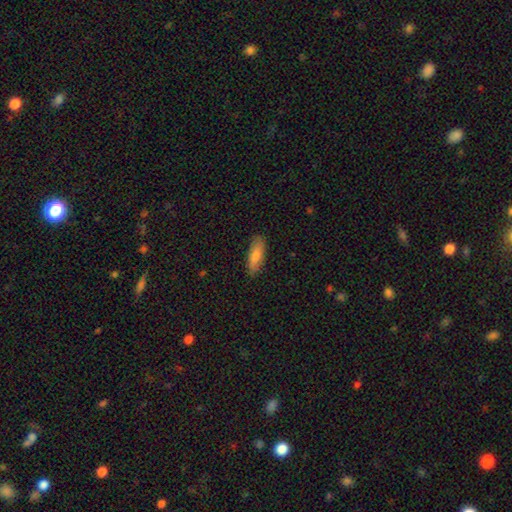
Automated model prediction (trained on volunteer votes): A smooth galaxy with no disk features (78%) that is in between round and cigar-shaped (62%). Merging: none (85%).